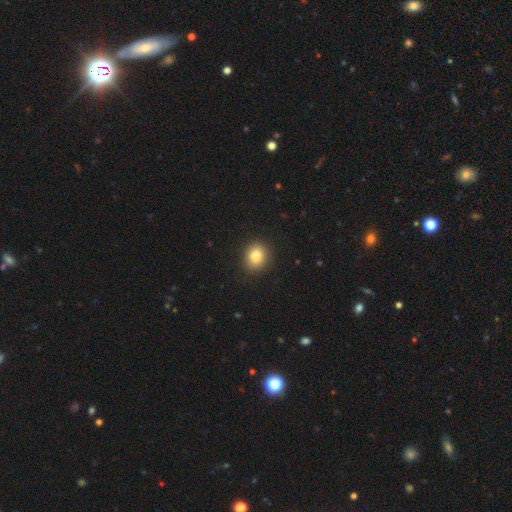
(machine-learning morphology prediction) Smooth or featured: smooth — 84% (star or artifact — 10%)
How rounded: round — 71% (in between — 28%)
Merging: none — 89% (minor disturbance — 7%)